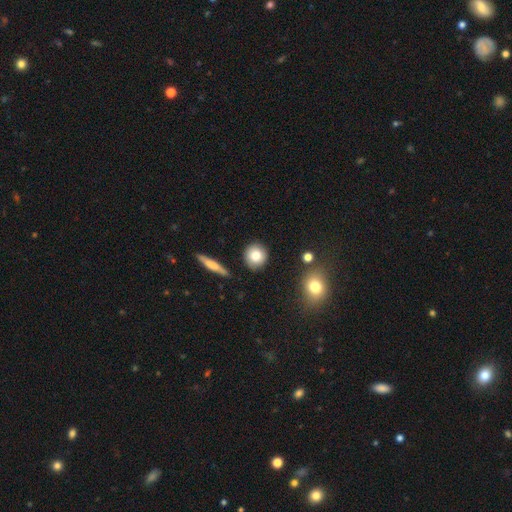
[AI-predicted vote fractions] Q: Smooth or featured?
A: smooth (82%); runner-up: featured or disk (10%)
Q: How rounded?
A: round (87%); runner-up: in between (12%)
Q: Merging?
A: none (87%); runner-up: minor disturbance (8%)